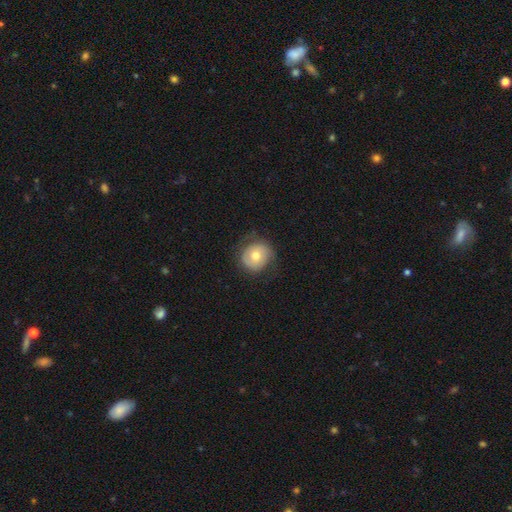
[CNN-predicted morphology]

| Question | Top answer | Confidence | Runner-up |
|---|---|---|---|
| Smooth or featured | smooth | 59% | featured or disk (34%) |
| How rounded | round | 81% | in between (18%) |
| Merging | none | 67% | minor disturbance (23%) |